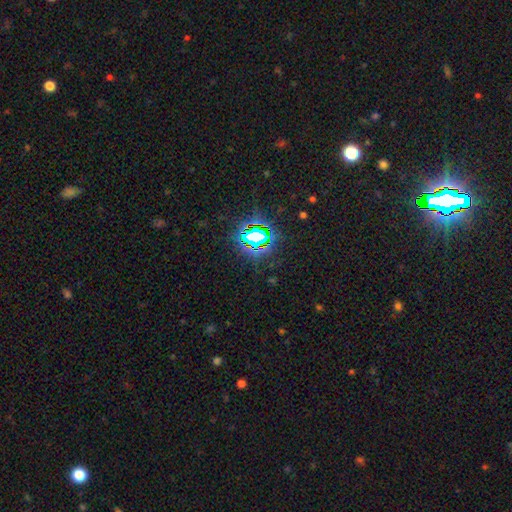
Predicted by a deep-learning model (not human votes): Overall: star or artifact (82%).